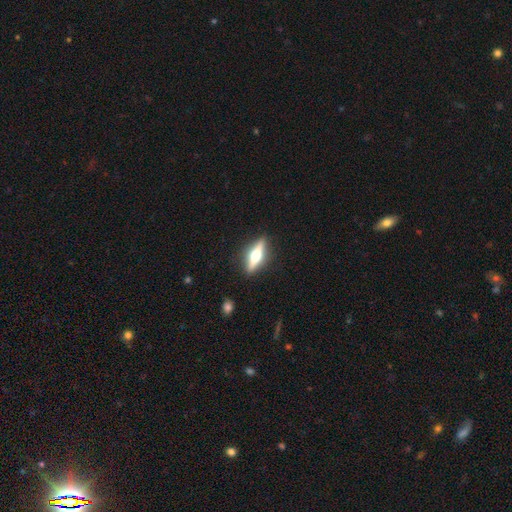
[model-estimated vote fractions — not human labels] Q: Smooth or featured?
A: featured or disk (65%); runner-up: smooth (29%)
Q: Edge-on disk?
A: yes (95%); runner-up: no (5%)
Q: Edge-on bulge?
A: rounded (96%); runner-up: boxy (3%)
Q: Merging?
A: none (89%); runner-up: minor disturbance (8%)